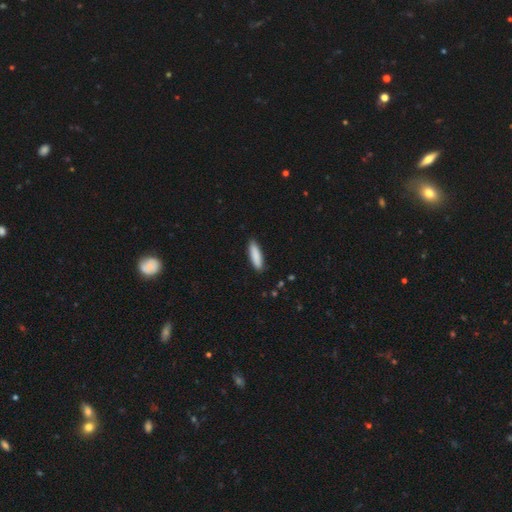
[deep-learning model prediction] Smooth or featured? Predicted: smooth (p=0.88). How rounded? Predicted: cigar-shaped (p=0.64). Merging? Predicted: none (p=0.88).